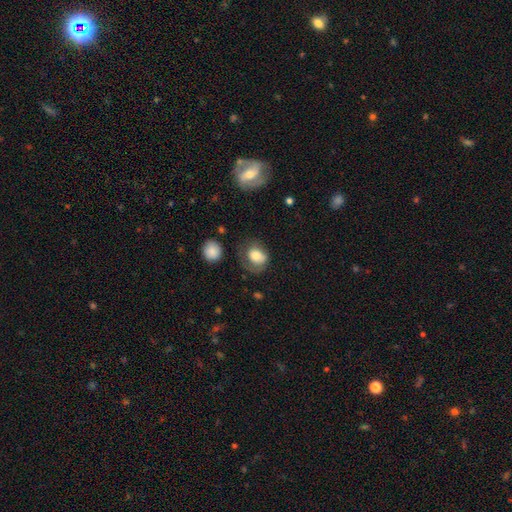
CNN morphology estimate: smooth 72%, featured or disk 20%, star or artifact 9%. Down the decision tree: how rounded — round (54%); merging — none (45%).